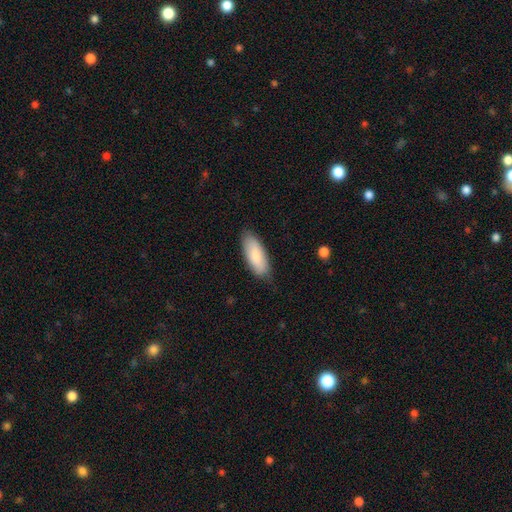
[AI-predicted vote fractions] Q: Smooth or featured?
A: smooth (84%); runner-up: featured or disk (11%)
Q: How rounded?
A: in between (77%); runner-up: cigar-shaped (21%)
Q: Merging?
A: none (81%); runner-up: minor disturbance (15%)